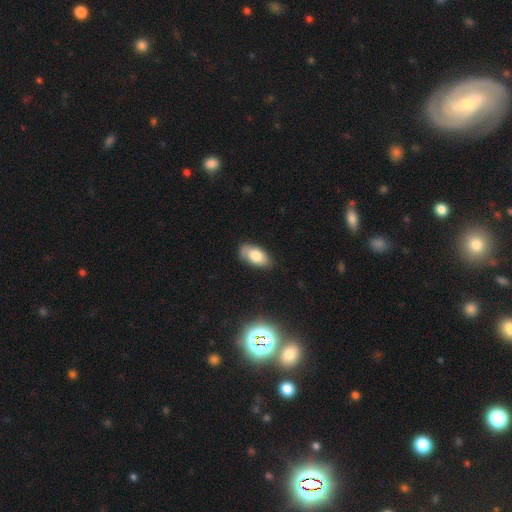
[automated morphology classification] Smooth or featured? smooth (76%)
How rounded? in between (93%)
Merging? none (71%)